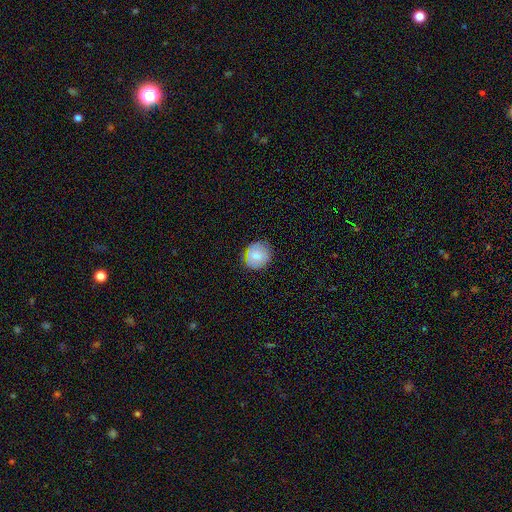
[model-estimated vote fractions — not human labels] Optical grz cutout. It shows a smooth galaxy with no disk features (77%) that is round (81%). Merging: none (80%).